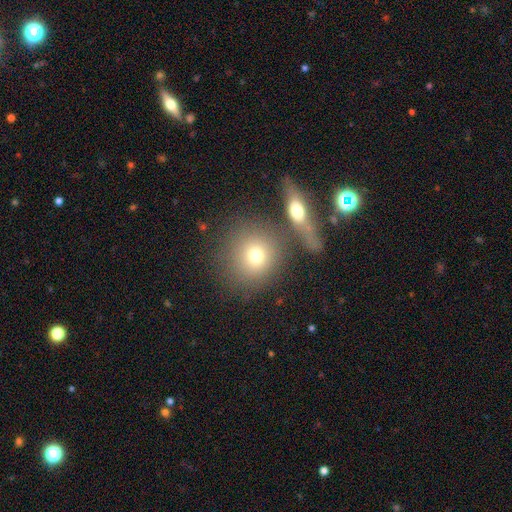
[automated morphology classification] Smooth or featured? Predicted: smooth (p=0.71). How rounded? Predicted: round (p=0.84). Merging? Predicted: none (p=0.64).